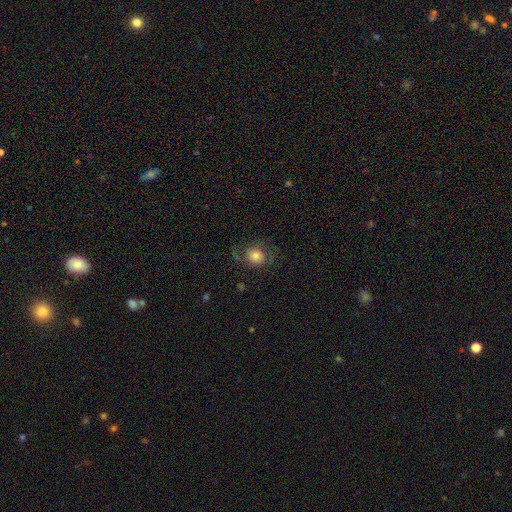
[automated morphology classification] smooth-or-featured: featured or disk: 49% | smooth: 41% | star or artifact: 10%
  merging: none: 66% | major disturbance: 16% | minor disturbance: 16% | merger: 1%